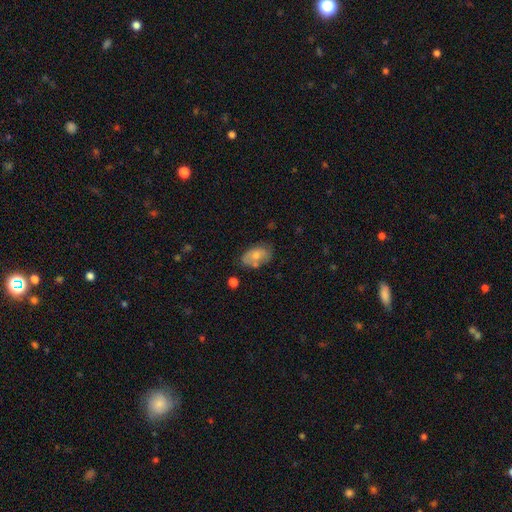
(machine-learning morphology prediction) Smooth or featured? Predicted: smooth (p=0.70). How rounded? Predicted: in between (p=0.90). Merging? Predicted: none (p=0.59).